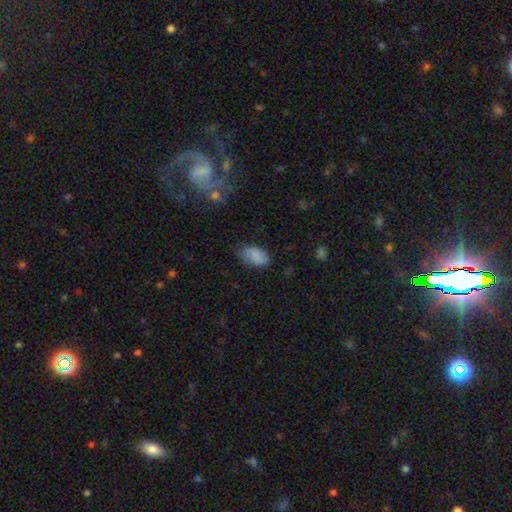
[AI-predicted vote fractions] Smooth or featured: smooth — 83% (featured or disk — 9%)
How rounded: in between — 93% (round — 6%)
Merging: none — 62% (minor disturbance — 29%)